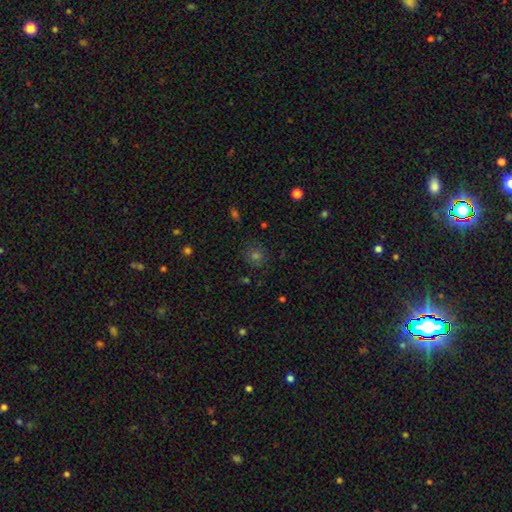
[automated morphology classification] A smooth galaxy with no disk features (61%) that is round (88%).

Vote fractions:
- Smooth or featured? smooth: 61% / star or artifact: 31% / featured or disk: 9%
- How rounded? round: 88% / in between: 11% / cigar-shaped: 1%
- Merging? none: 85% / minor disturbance: 10% / major disturbance: 3% / merger: 2%